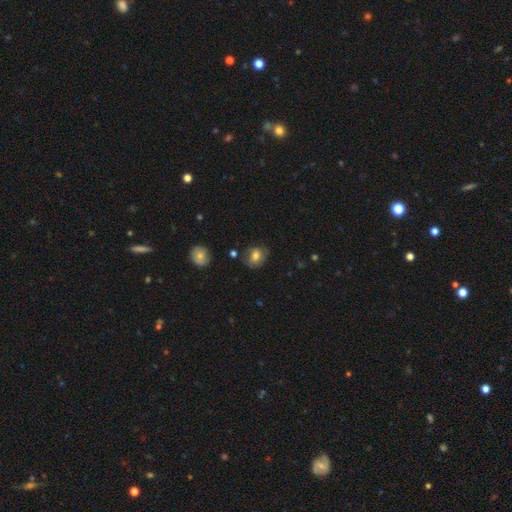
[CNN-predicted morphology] A smooth galaxy with no disk features (67%) that is round (62%).

Vote fractions:
- Smooth or featured? smooth: 67% / featured or disk: 23% / star or artifact: 10%
- How rounded? round: 62% / in between: 37% / cigar-shaped: 1%
- Merging? none: 70% / minor disturbance: 21% / major disturbance: 7% / merger: 2%